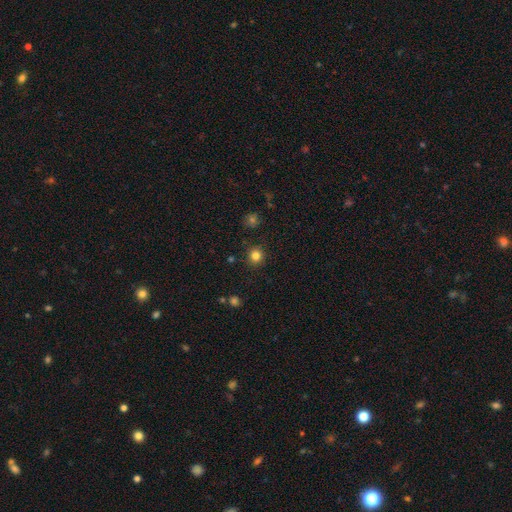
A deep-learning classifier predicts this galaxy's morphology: A smooth galaxy with no disk features (82%) that is round (93%). Merging: none (90%).